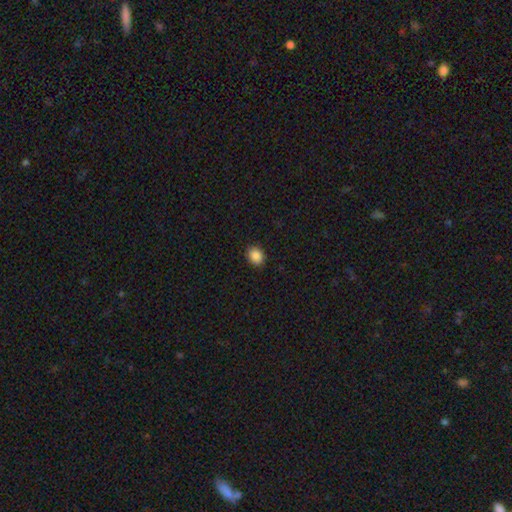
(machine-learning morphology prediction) smooth-or-featured: smooth: 88% | star or artifact: 9% | featured or disk: 3%
  how-rounded: in between: 54% | round: 45% | cigar-shaped: 1%
  merging: none: 90% | minor disturbance: 7% | major disturbance: 2% | merger: 1%